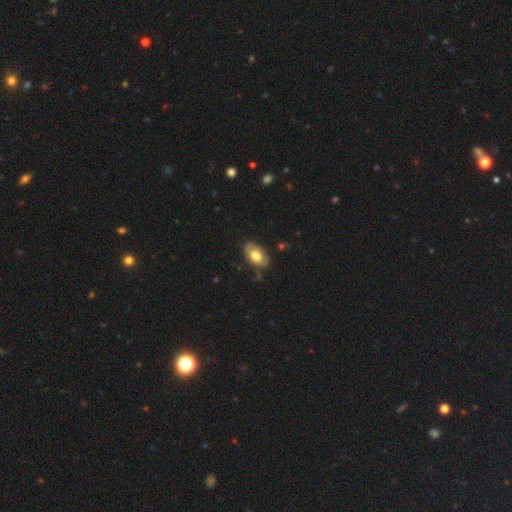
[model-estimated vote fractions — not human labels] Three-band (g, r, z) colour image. It shows a smooth galaxy with no disk features (74%) that is in between round and cigar-shaped (93%). Merging: none (74%).